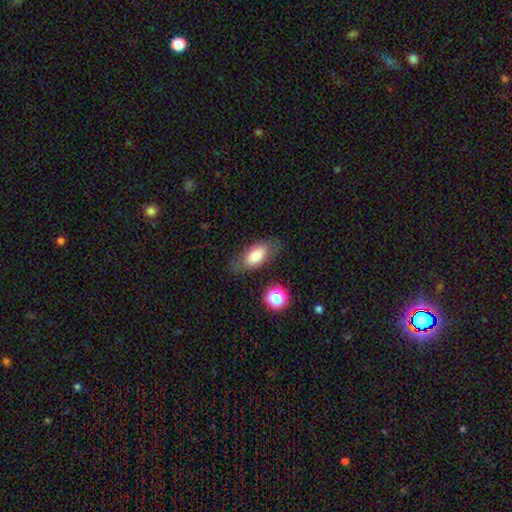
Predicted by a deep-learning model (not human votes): Smooth or featured? smooth (72%)
How rounded? in between (88%)
Merging? none (74%)